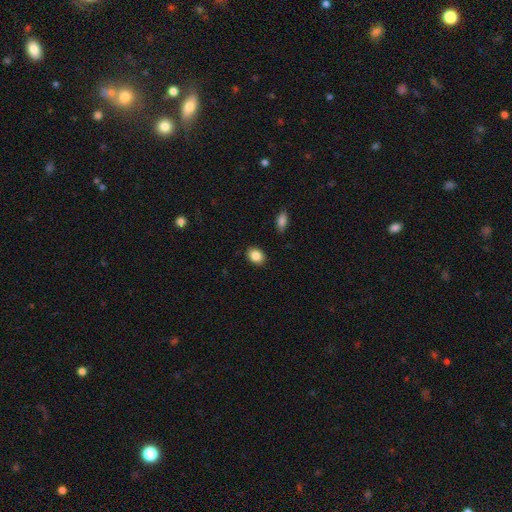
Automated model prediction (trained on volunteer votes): Smooth or featured: smooth — 86% (star or artifact — 8%)
How rounded: in between — 67% (round — 32%)
Merging: none — 88% (minor disturbance — 8%)